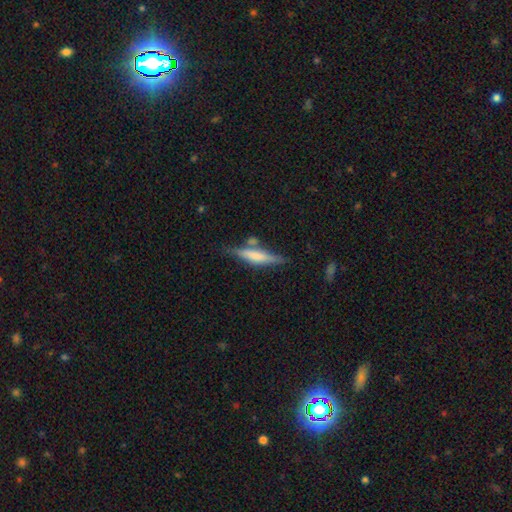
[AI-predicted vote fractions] Q: Smooth or featured?
A: smooth (49%); runner-up: featured or disk (45%)
Q: Merging?
A: none (67%); runner-up: minor disturbance (16%)